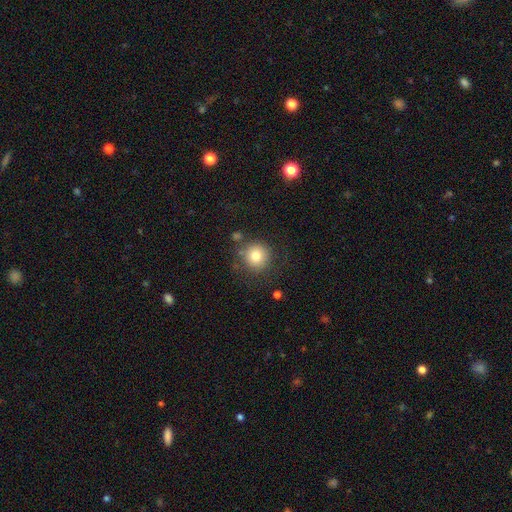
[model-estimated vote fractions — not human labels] This appears to be a smooth galaxy with no disk features (80%) that is round (93%). Merging: none (79%).